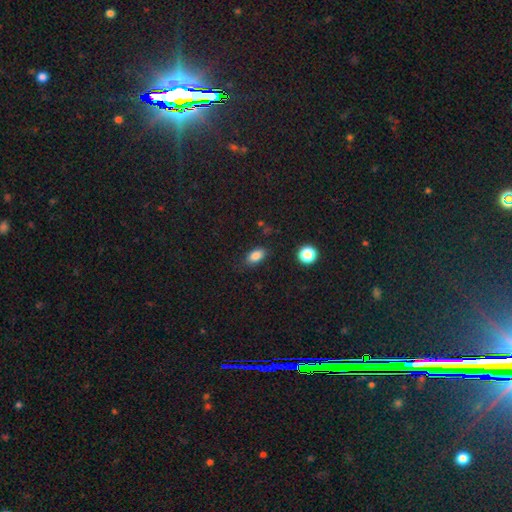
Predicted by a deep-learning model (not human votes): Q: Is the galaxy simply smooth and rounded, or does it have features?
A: smooth — 84%.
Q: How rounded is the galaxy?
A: in between — 87%.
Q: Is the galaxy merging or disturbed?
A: none — 82%.